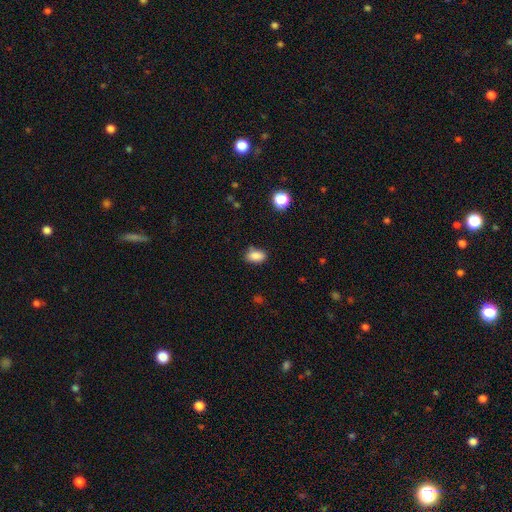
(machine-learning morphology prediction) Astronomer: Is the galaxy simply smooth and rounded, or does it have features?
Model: smooth — 86%.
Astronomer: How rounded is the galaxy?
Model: in between — 85%.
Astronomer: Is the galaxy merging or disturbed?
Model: none — 80%.